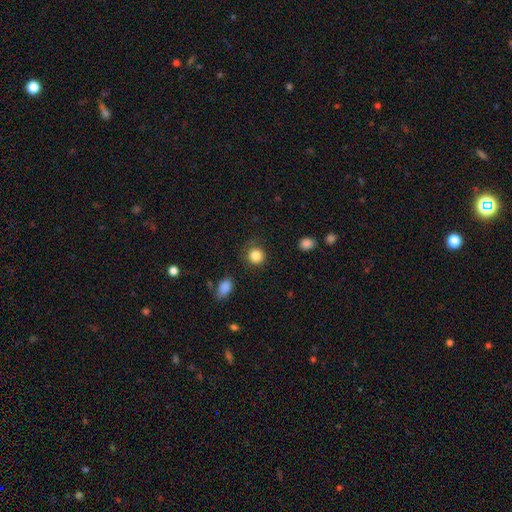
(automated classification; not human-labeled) This is clearly a smooth galaxy (85%). How rounded: clearly round (90%). Merging: clearly none (82%).